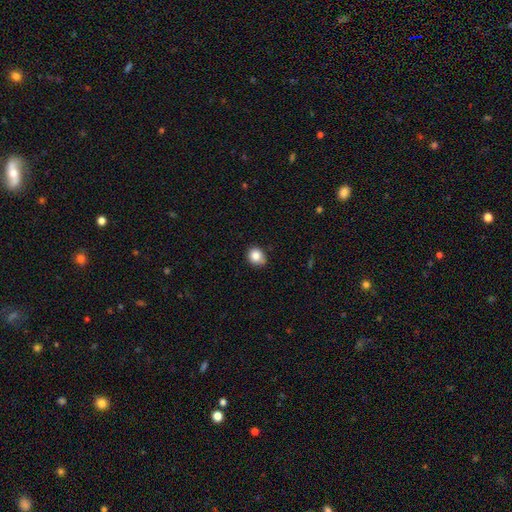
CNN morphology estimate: This is clearly a smooth galaxy (84%). How rounded: likely round (75%). Merging: likely none (71%).